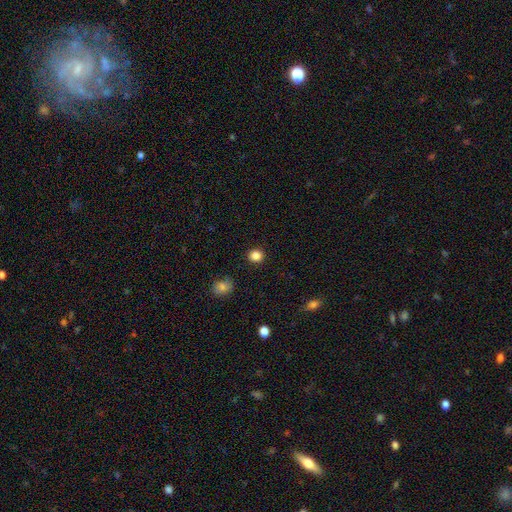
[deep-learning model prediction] Smooth or featured? smooth (85%)
How rounded? round (88%)
Merging? none (91%)